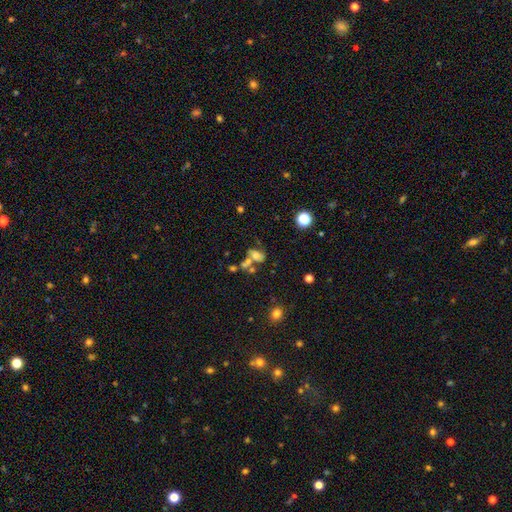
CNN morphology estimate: smooth 56%, featured or disk 25%, star or artifact 19%. Down the decision tree: how rounded — in between (77%); merging — merger (42%).